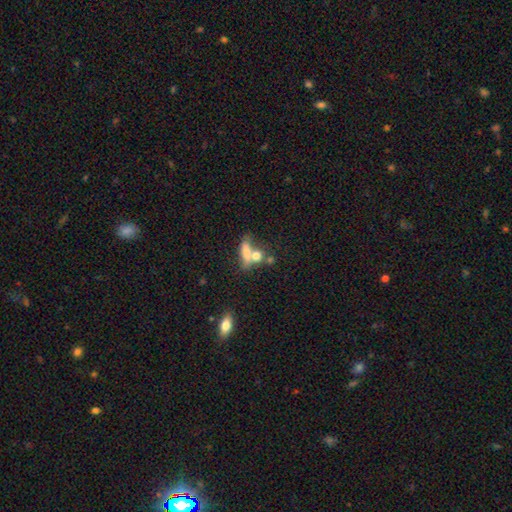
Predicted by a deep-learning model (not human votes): smooth-or-featured: smooth: 69% | featured or disk: 20% | star or artifact: 11%
  how-rounded: in between: 46% | round: 32% | cigar-shaped: 22%
  merging: merger: 50% | none: 32% | minor disturbance: 11% | major disturbance: 8%